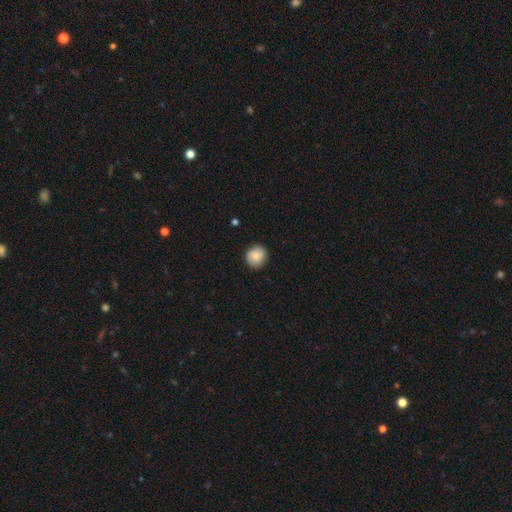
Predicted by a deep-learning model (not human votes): Q: Smooth or featured?
A: smooth (85%); runner-up: featured or disk (8%)
Q: How rounded?
A: round (89%); runner-up: in between (10%)
Q: Merging?
A: none (88%); runner-up: minor disturbance (9%)